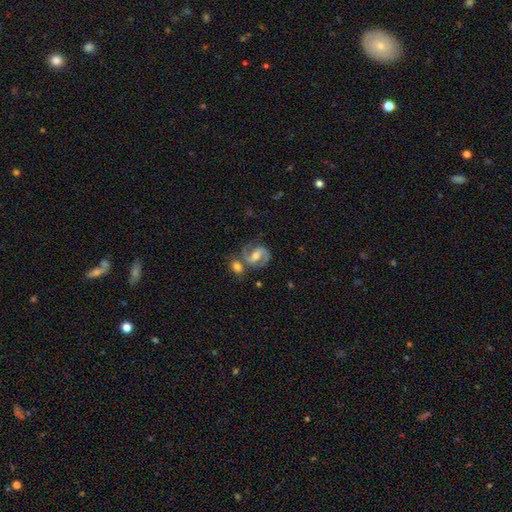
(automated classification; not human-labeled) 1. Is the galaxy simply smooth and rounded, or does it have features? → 83% featured or disk, 10% smooth, 6% star or artifact.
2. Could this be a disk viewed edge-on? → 97% no, 3% yes.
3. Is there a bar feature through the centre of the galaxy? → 44% weak, 35% strong, 21% no.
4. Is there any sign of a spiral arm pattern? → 96% yes, 4% no.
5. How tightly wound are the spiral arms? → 59% medium, 25% tight, 17% loose.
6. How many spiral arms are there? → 91% 2, 3% can't tell, 3% 1, 1% 3, 1% 4, 1% more than 4.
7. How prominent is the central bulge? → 60% moderate, 31% small, 5% large, 3% none, 1% dominant.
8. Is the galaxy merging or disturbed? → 58% none, 22% merger, 14% minor disturbance, 6% major disturbance.